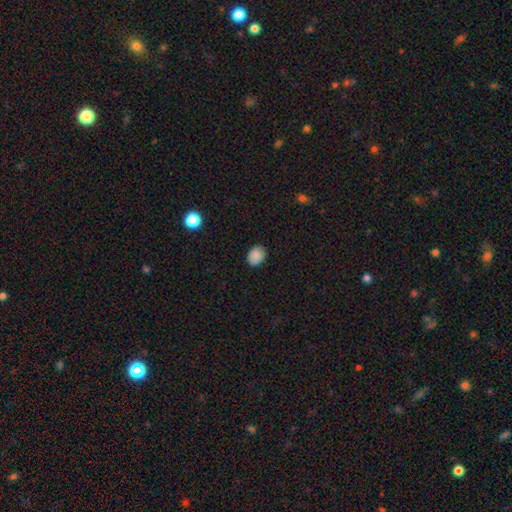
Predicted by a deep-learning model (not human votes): smooth-or-featured: smooth: 88% | star or artifact: 9% | featured or disk: 3%
  how-rounded: in between: 62% | round: 37% | cigar-shaped: 1%
  merging: none: 87% | minor disturbance: 10% | major disturbance: 2% | merger: 1%